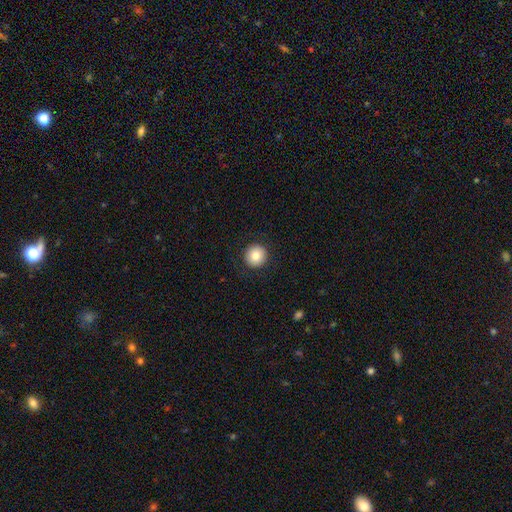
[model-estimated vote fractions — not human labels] smooth_or_featured: smooth (p=0.81) [alt: featured or disk p=0.09]
how_rounded: round (p=0.95) [alt: in between p=0.04]
merging: none (p=0.92) [alt: minor disturbance p=0.06]